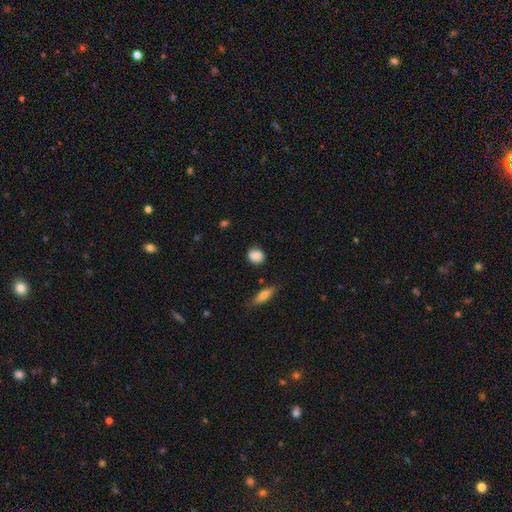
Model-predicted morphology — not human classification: Overall: smooth (86%). How rounded: round (64%; in between 34%). Merging: none (76%).